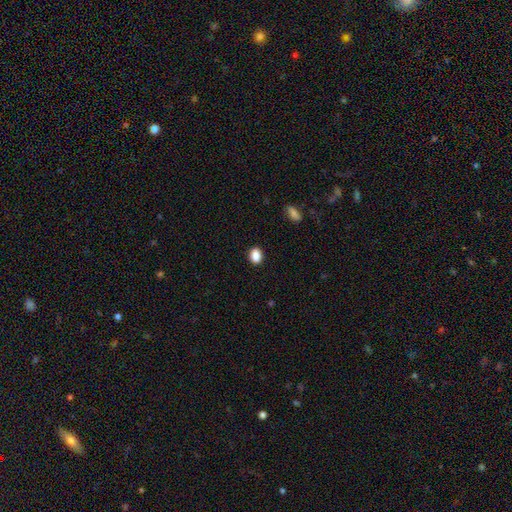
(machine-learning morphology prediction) Overall: smooth (88%). How rounded: in between (65%; round 34%). Merging: none (90%).